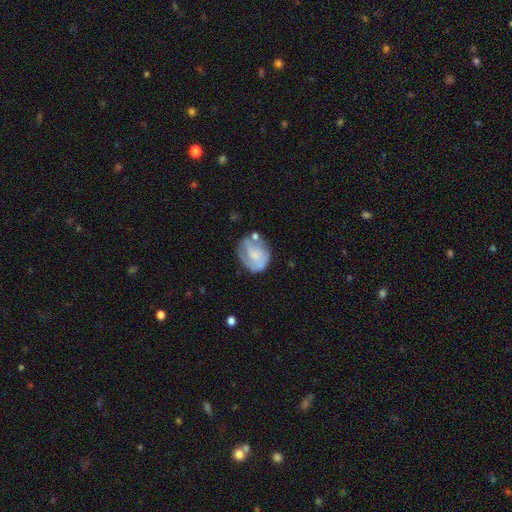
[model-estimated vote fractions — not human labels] Overall: featured or disk (51%; smooth 41%). Edge-on disk: no (97%). Merging: none (49%; minor disturbance 25%).